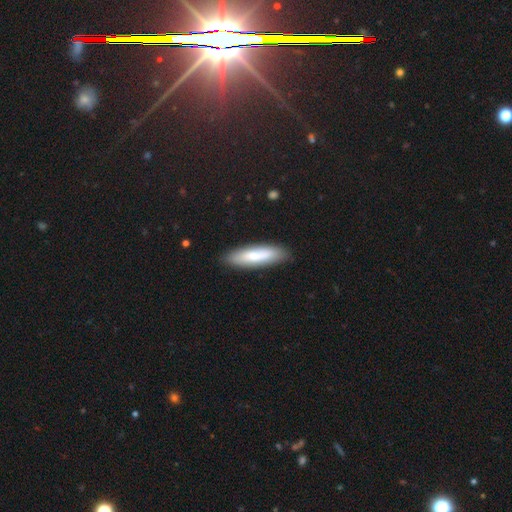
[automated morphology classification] Smooth or featured: smooth — 71% (featured or disk — 23%)
How rounded: cigar-shaped — 62% (in between — 36%)
Merging: none — 87% (minor disturbance — 10%)